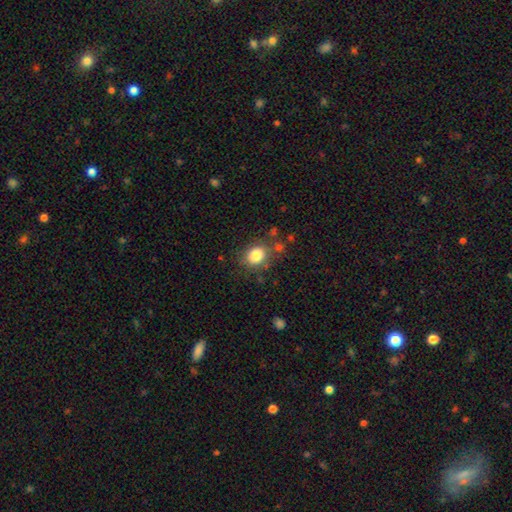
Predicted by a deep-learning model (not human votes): A smooth galaxy with no disk features (83%) that is round (57%).

Vote fractions:
- Smooth or featured? smooth: 83% / star or artifact: 10% / featured or disk: 8%
- How rounded? round: 57% / in between: 42% / cigar-shaped: 1%
- Merging? none: 75% / minor disturbance: 15% / major disturbance: 5% / merger: 5%